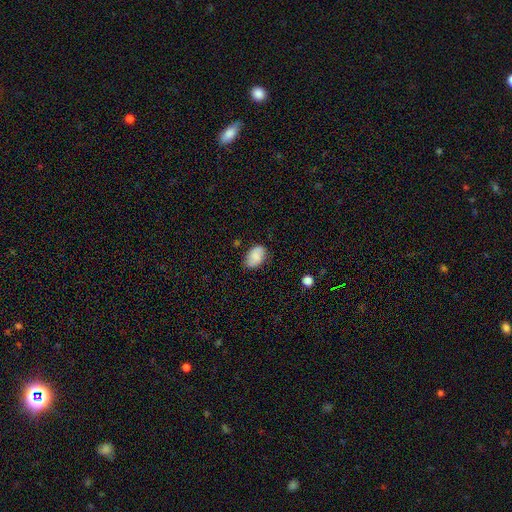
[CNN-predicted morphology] smooth-or-featured: smooth: 82% | featured or disk: 10% | star or artifact: 7%
  how-rounded: in between: 88% | round: 10% | cigar-shaped: 1%
  merging: none: 71% | minor disturbance: 23% | major disturbance: 4% | merger: 2%